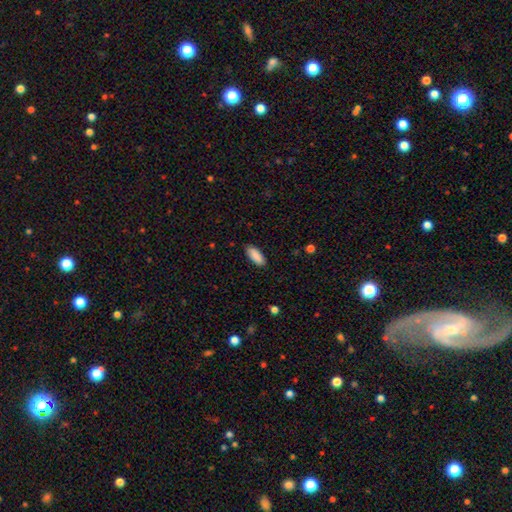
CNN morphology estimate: Smooth or featured? smooth (90%)
How rounded? in between (78%)
Merging? none (87%)